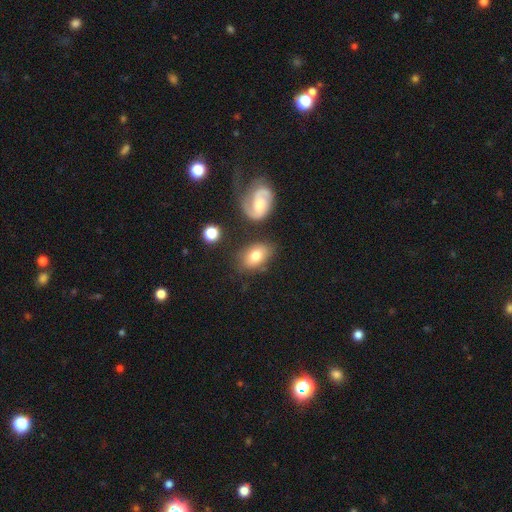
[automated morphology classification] smooth-or-featured: smooth: 71% | featured or disk: 21% | star or artifact: 8%
  how-rounded: in between: 82% | round: 16% | cigar-shaped: 1%
  merging: none: 69% | minor disturbance: 17% | merger: 8% | major disturbance: 6%